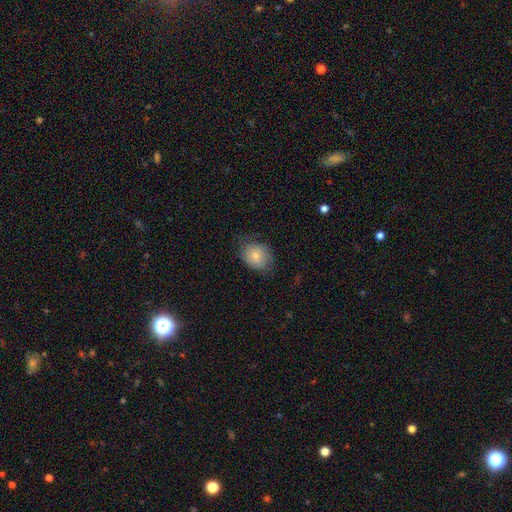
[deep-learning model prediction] Smooth or featured? smooth (75%)
How rounded? in between (51%)
Merging? none (62%)